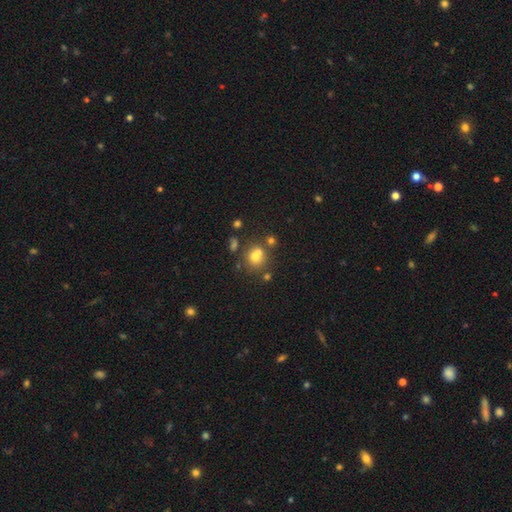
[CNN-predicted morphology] smooth 69%, star or artifact 17%, featured or disk 14%. Down the decision tree: how rounded — round (79%); merging — none (52%).